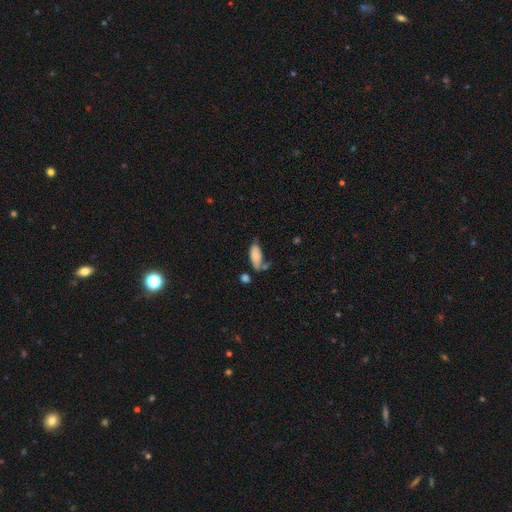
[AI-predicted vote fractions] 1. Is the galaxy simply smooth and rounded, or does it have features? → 81% smooth, 12% featured or disk, 7% star or artifact.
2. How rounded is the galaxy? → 83% in between, 15% cigar-shaped, 2% round.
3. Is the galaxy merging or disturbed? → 50% none, 26% minor disturbance, 15% merger, 9% major disturbance.